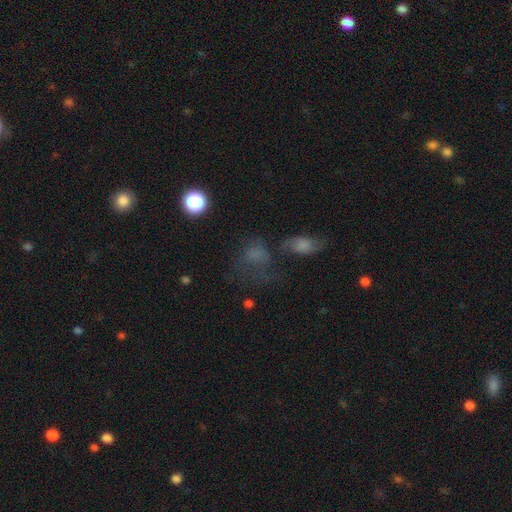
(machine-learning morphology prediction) This appears to be a smooth galaxy with no disk features (57%) that is in between round and cigar-shaped (49%, tied with round). Merging: none (39%).